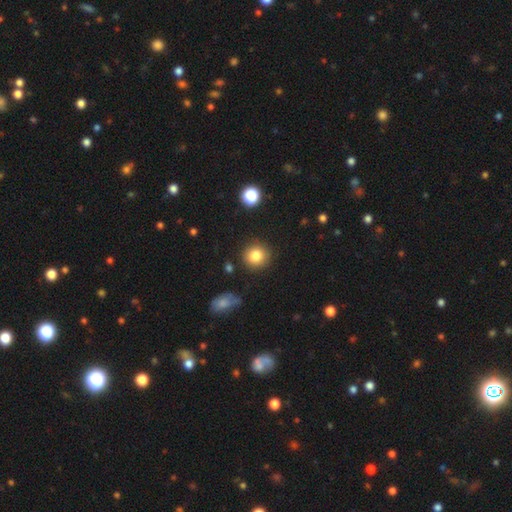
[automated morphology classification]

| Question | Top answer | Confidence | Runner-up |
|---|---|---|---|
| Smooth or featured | smooth | 83% | star or artifact (10%) |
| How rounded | round | 90% | in between (9%) |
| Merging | none | 88% | minor disturbance (8%) |